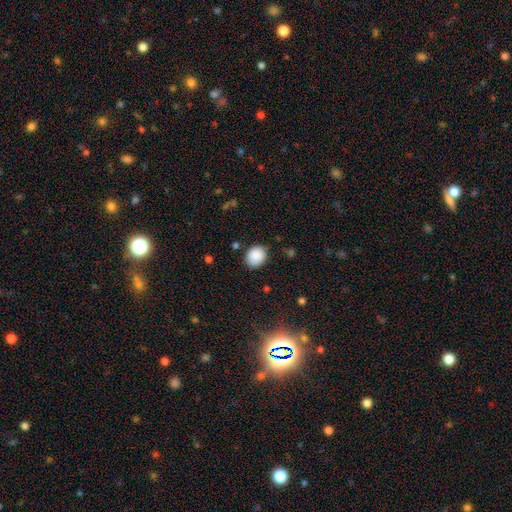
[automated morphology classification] Overall: smooth (88%). How rounded: round (62%; in between 37%). Merging: none (83%).